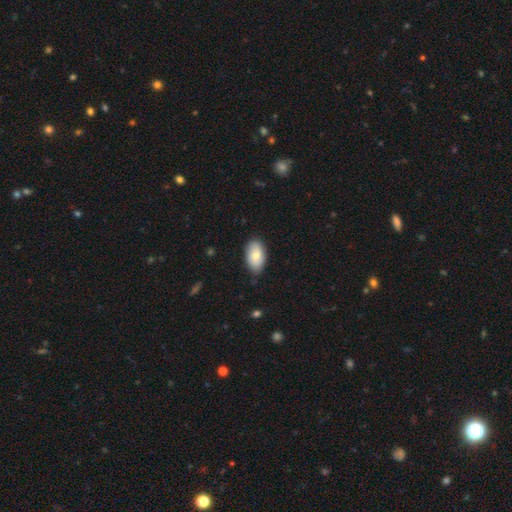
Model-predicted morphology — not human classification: smooth-or-featured: smooth: 75% | featured or disk: 19% | star or artifact: 6%
  how-rounded: in between: 94% | round: 5% | cigar-shaped: 2%
  merging: none: 80% | minor disturbance: 16% | major disturbance: 2% | merger: 1%